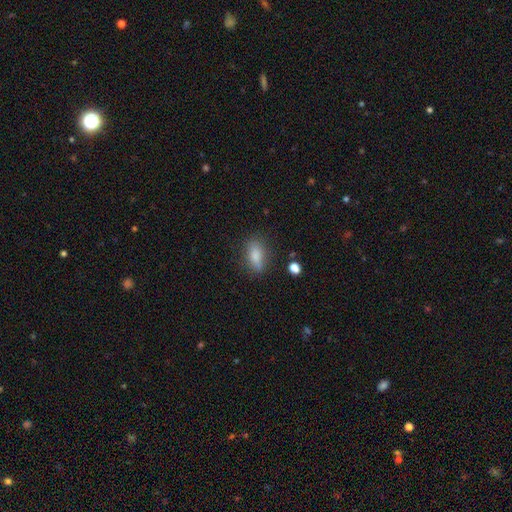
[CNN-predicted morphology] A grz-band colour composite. It shows a smooth galaxy with no disk features (81%) that is in between round and cigar-shaped (79%). Merging: none (75%).